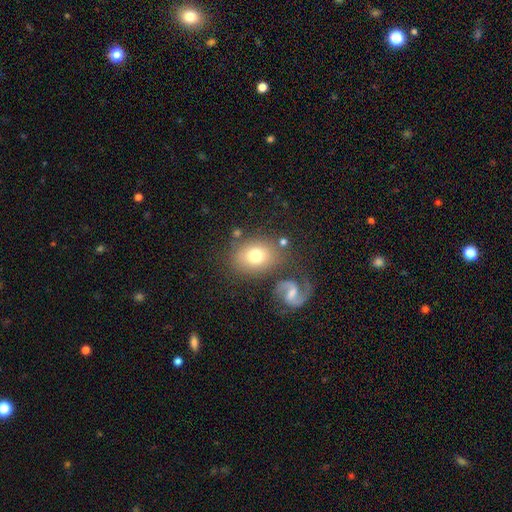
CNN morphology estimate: smooth_or_featured: smooth (p=0.68) [alt: featured or disk p=0.23]
how_rounded: in between (p=0.56) [alt: round p=0.43]
merging: none (p=0.71) [alt: minor disturbance p=0.14]